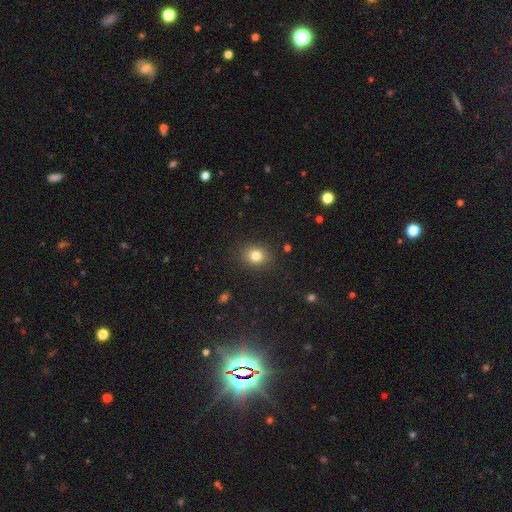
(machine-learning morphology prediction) smooth_or_featured: smooth (p=0.81) [alt: star or artifact p=0.12]
how_rounded: round (p=0.63) [alt: in between p=0.36]
merging: none (p=0.88) [alt: minor disturbance p=0.08]